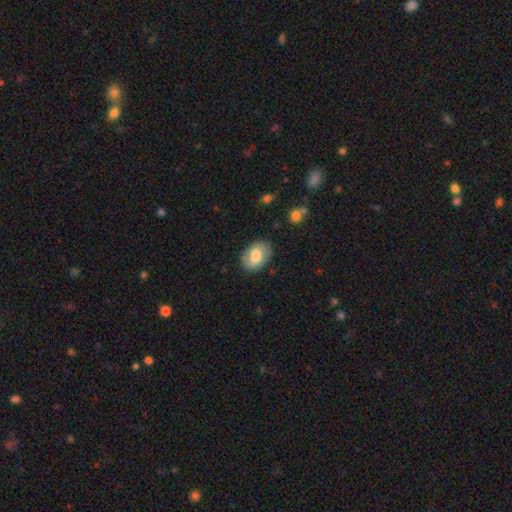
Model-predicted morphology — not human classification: Smooth or featured? Predicted: smooth (p=0.64). How rounded? Predicted: in between (p=0.78). Merging? Predicted: none (p=0.78).